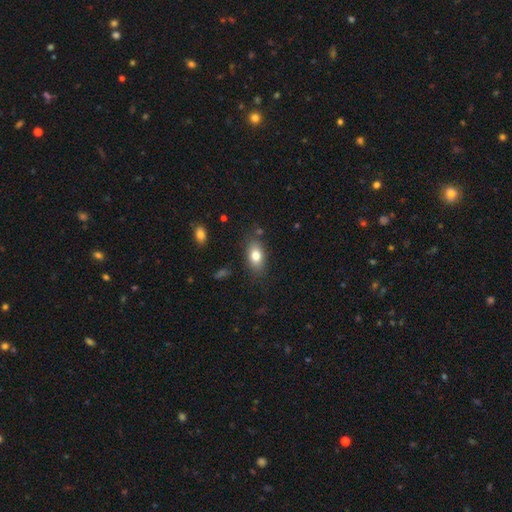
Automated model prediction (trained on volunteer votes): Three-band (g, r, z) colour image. It shows a smooth galaxy with no disk features (79%) that is in between round and cigar-shaped (87%). Merging: none (81%).